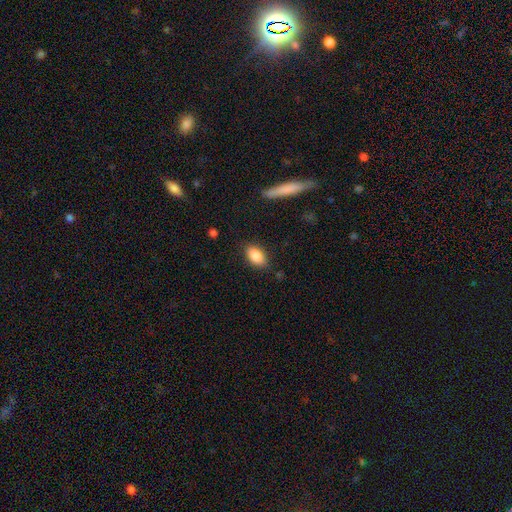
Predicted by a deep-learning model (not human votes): smooth 87%, star or artifact 7%, featured or disk 6%. Down the decision tree: how rounded — in between (90%); merging — none (85%).